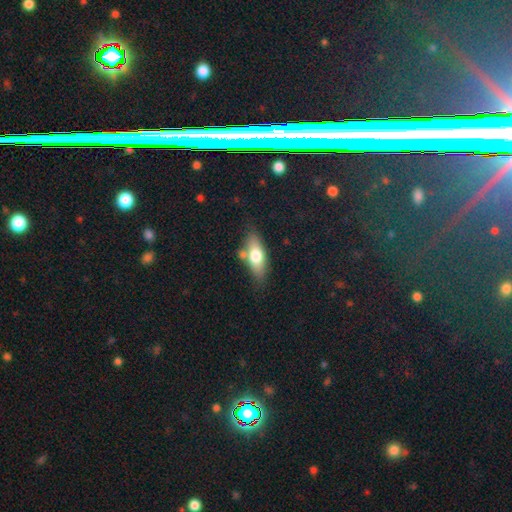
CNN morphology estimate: Smooth or featured?
  - smooth: 66% *
  - featured or disk: 27%
  - star or artifact: 7%
How rounded?
  - in between: 72% *
  - cigar-shaped: 25%
  - round: 4%
Merging?
  - none: 67% *
  - minor disturbance: 17%
  - merger: 12%
  - major disturbance: 4%